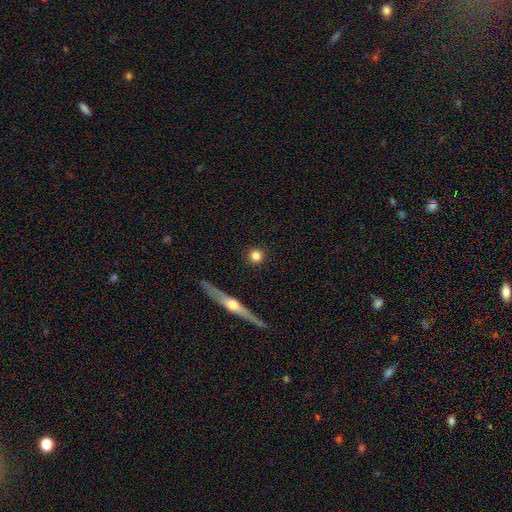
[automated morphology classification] Overall: smooth (79%). How rounded: round (94%). Merging: none (90%).